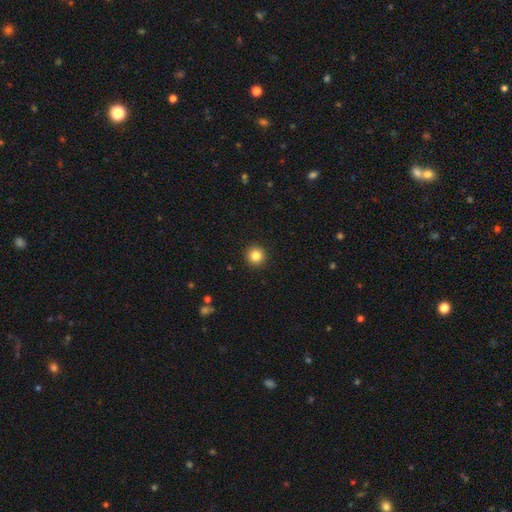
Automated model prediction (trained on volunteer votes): smooth-or-featured: smooth: 84% | star or artifact: 11% | featured or disk: 5%
  how-rounded: round: 96% | in between: 3% | cigar-shaped: 1%
  merging: none: 93% | minor disturbance: 4% | major disturbance: 2% | merger: 1%